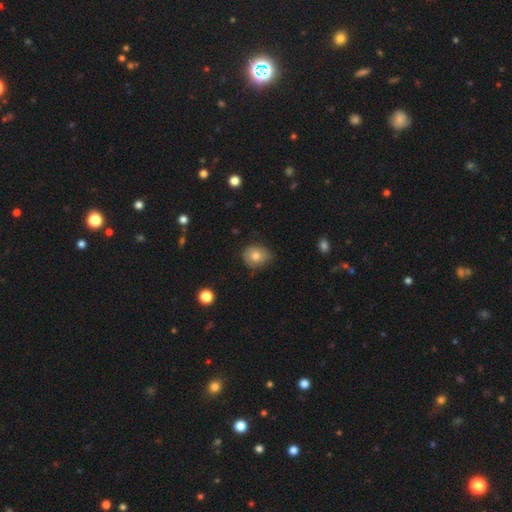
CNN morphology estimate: The model was most divided on "merging": none: 66%, minor disturbance: 28%, major disturbance: 5%, merger: 1%. More confident: smooth or featured — smooth (76%); how rounded — round (71%).